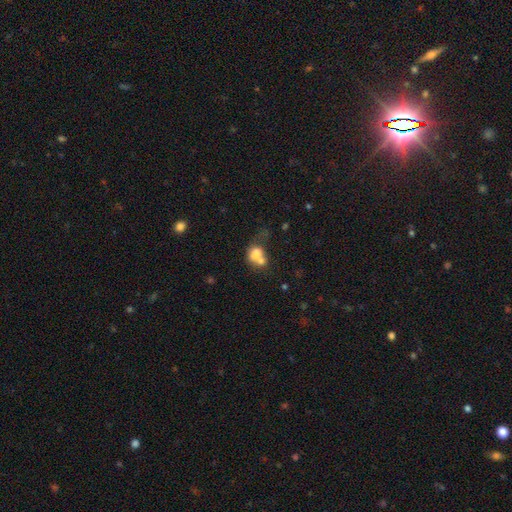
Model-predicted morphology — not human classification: smooth_or_featured: smooth (p=0.69) [alt: featured or disk p=0.20]
how_rounded: in between (p=0.50) [alt: round p=0.49]
merging: merger (p=0.59) [alt: none p=0.20]